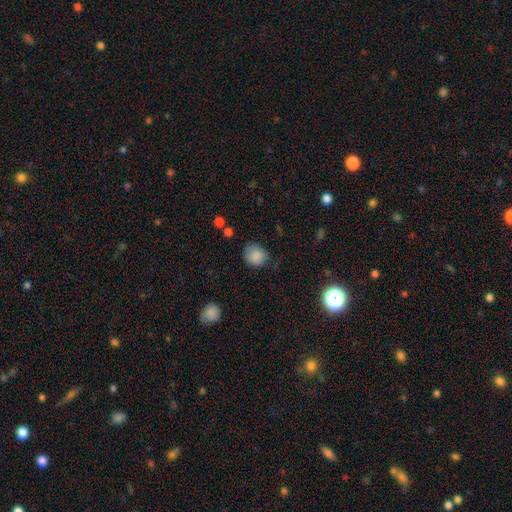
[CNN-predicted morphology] This appears to be a smooth galaxy with no disk features (85%) that is round (79%). Merging: none (64%).